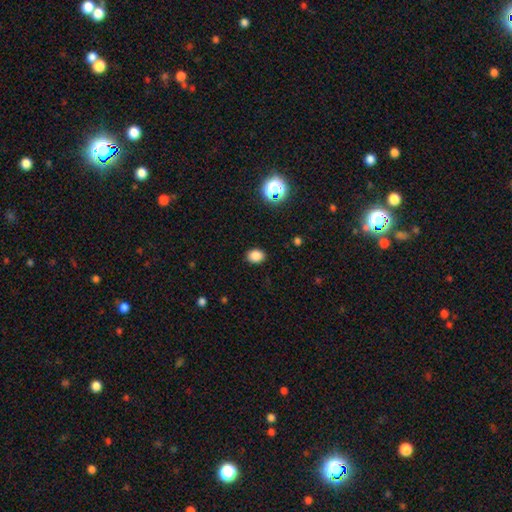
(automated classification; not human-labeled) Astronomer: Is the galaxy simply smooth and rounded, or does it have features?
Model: smooth — 84%.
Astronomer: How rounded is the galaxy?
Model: in between — 57% (runner-up: round, 42%).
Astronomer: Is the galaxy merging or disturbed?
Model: none — 89%.